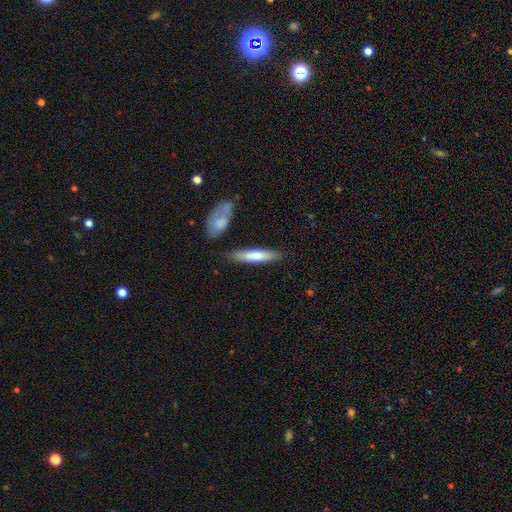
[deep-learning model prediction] This appears to be a smooth galaxy with no disk features (69%) that is cigar-shaped (85%). Merging: none (83%).